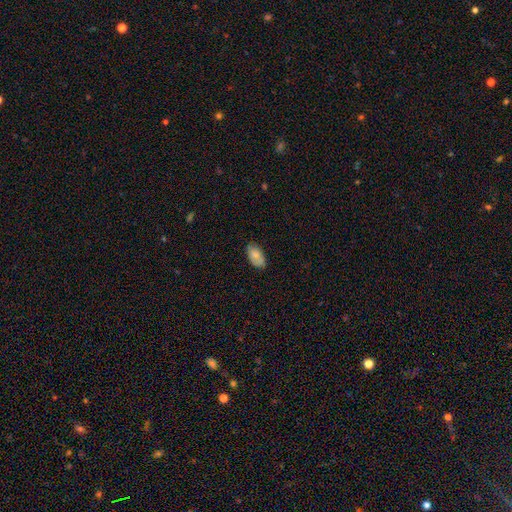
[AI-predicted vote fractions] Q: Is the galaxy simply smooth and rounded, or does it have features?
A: smooth — 77%.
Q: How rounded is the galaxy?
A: in between — 94%.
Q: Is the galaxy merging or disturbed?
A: none — 74%.